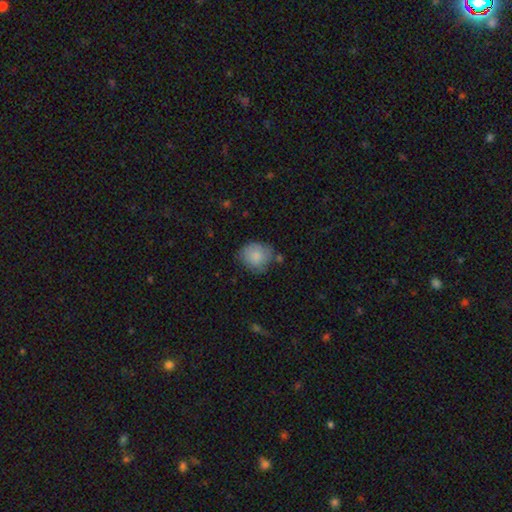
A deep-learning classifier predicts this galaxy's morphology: Q: Smooth or featured?
A: smooth (81%); runner-up: featured or disk (12%)
Q: How rounded?
A: round (73%); runner-up: in between (26%)
Q: Merging?
A: none (61%); runner-up: minor disturbance (27%)